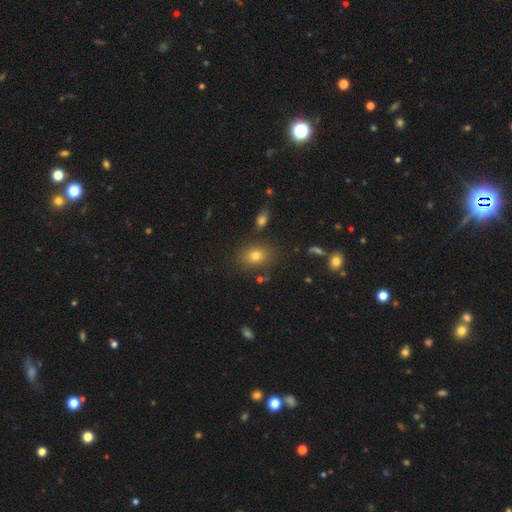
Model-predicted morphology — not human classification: Smooth or featured: smooth — 75% (star or artifact — 14%)
How rounded: in between — 57% (round — 42%)
Merging: none — 80% (minor disturbance — 11%)